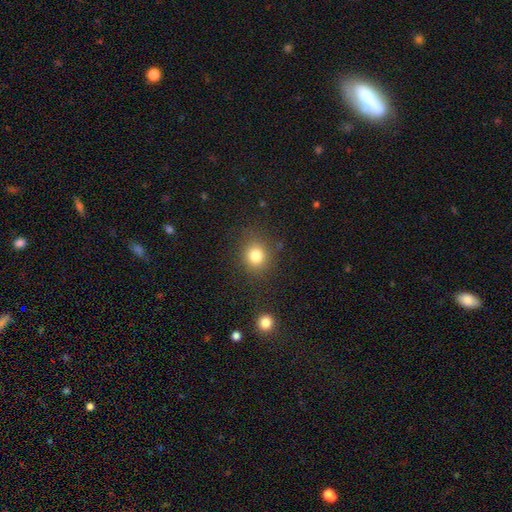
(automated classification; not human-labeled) Morphology: type=smooth (81%); roundness=round (79%); merging=none (83%).